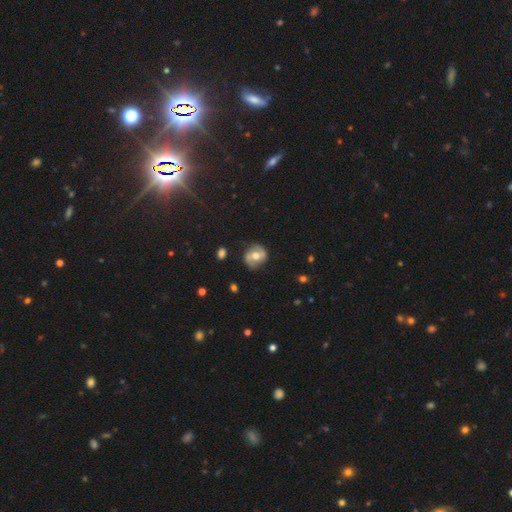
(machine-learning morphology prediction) Q: Smooth or featured?
A: featured or disk (56%); runner-up: smooth (36%)
Q: Edge-on disk?
A: no (96%); runner-up: yes (4%)
Q: Bar?
A: weak (41%); runner-up: no (38%)
Q: Spiral arms?
A: yes (75%); runner-up: no (25%)
Q: Bulge size?
A: moderate (73%); runner-up: large (14%)
Q: Merging?
A: none (79%); runner-up: minor disturbance (15%)